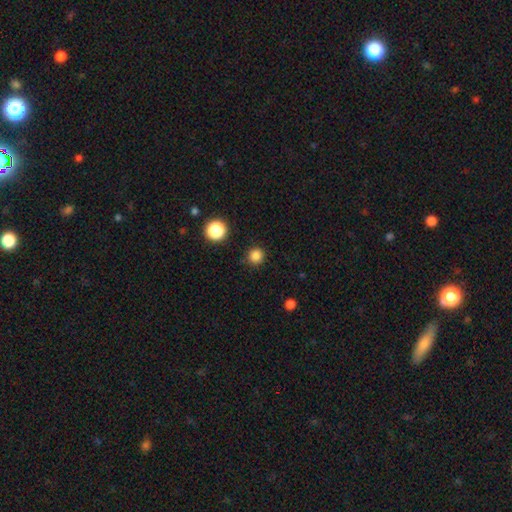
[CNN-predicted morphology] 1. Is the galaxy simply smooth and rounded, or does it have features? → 84% smooth, 13% star or artifact, 3% featured or disk.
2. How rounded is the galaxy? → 94% round, 5% in between, 1% cigar-shaped.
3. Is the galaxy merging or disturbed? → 90% none, 6% minor disturbance, 2% major disturbance, 1% merger.